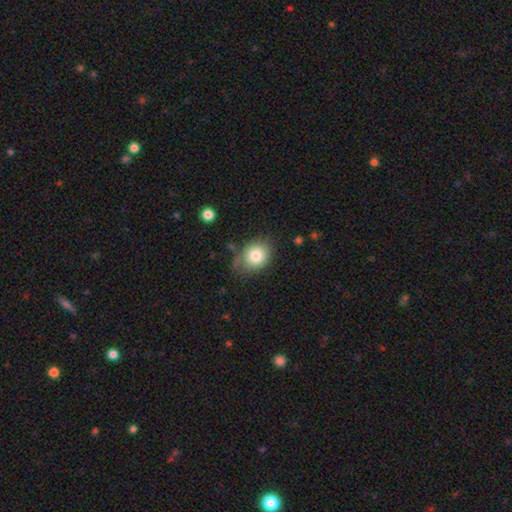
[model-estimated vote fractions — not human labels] The model was most divided on "how rounded": round: 55%, in between: 45%, cigar-shaped: 1%. More confident: smooth or featured — smooth (80%); merging — none (68%).